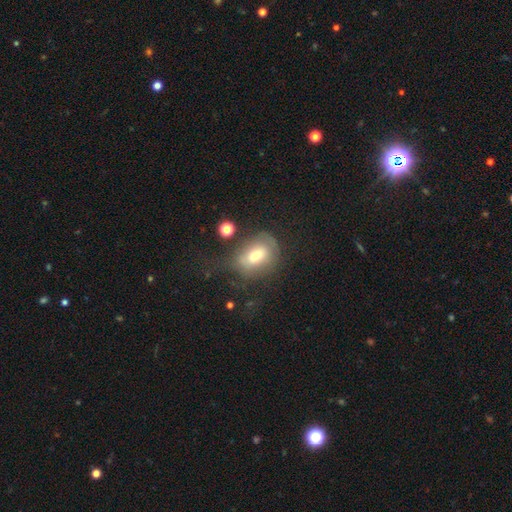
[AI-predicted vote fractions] Q: Smooth or featured?
A: smooth (64%); runner-up: featured or disk (26%)
Q: How rounded?
A: in between (66%); runner-up: round (32%)
Q: Merging?
A: none (46%); runner-up: minor disturbance (25%)